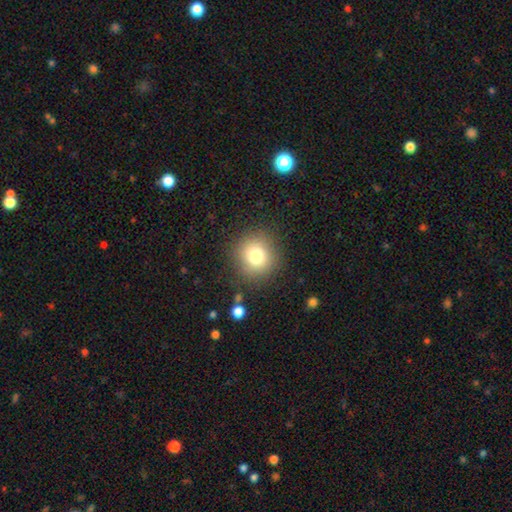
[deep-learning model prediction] Smooth or featured?
  - smooth: 77% *
  - star or artifact: 13%
  - featured or disk: 10%
How rounded?
  - round: 91% *
  - in between: 8%
  - cigar-shaped: 1%
Merging?
  - none: 86% *
  - minor disturbance: 8%
  - major disturbance: 4%
  - merger: 2%